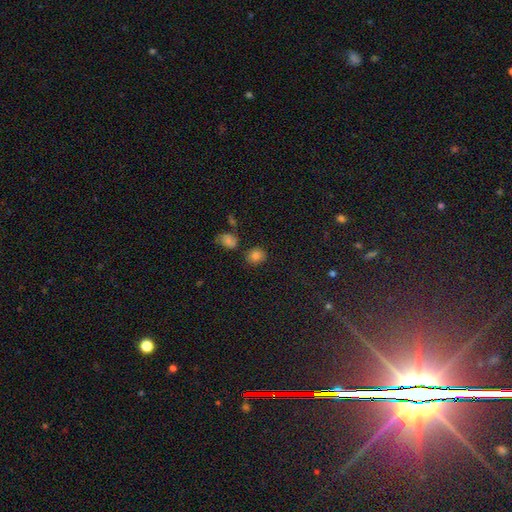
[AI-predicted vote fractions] The model was most divided on "how rounded": round: 75%, in between: 24%, cigar-shaped: 1%. More confident: smooth or featured — smooth (82%); merging — none (81%).